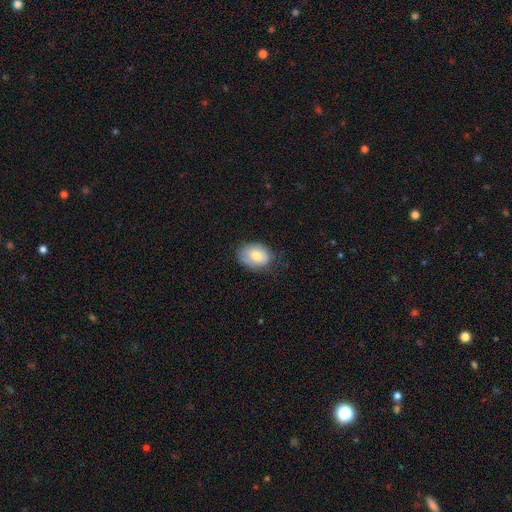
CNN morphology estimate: A smooth galaxy with no disk features (75%) that is in between round and cigar-shaped (76%). Merging: none (67%).